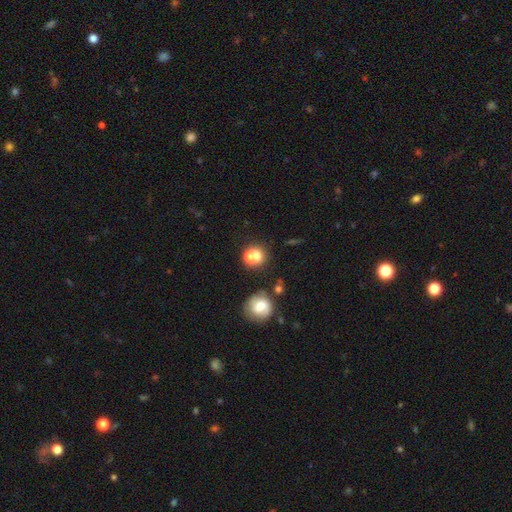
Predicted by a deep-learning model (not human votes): Overall: smooth (72%). How rounded: round (79%). Merging: none (44%; merger 40%).